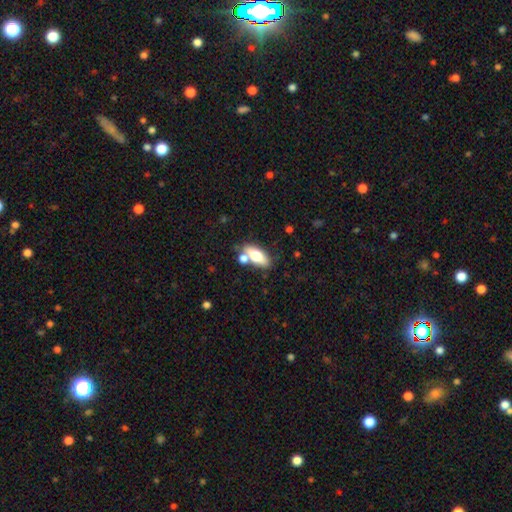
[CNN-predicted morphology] A smooth galaxy with no disk features (65%) that is in between round and cigar-shaped (77%). Merging: none (61%).